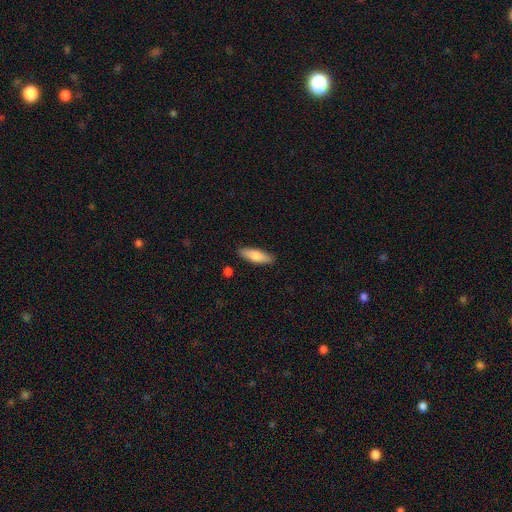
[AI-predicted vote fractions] Q: Smooth or featured?
A: smooth (78%); runner-up: featured or disk (16%)
Q: How rounded?
A: in between (53%); runner-up: cigar-shaped (45%)
Q: Merging?
A: none (87%); runner-up: minor disturbance (9%)